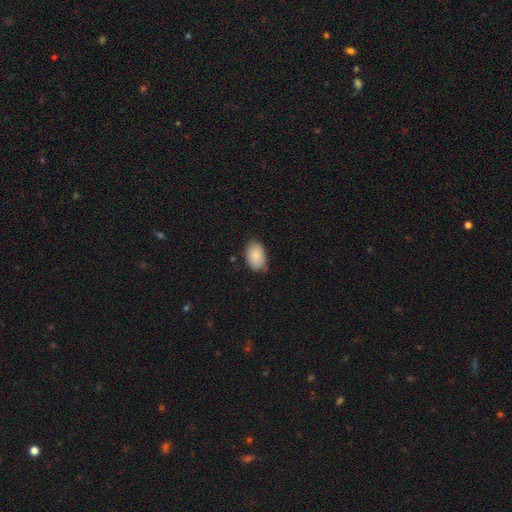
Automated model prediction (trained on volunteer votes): Smooth or featured?
  - smooth: 85% *
  - featured or disk: 8%
  - star or artifact: 7%
How rounded?
  - in between: 90% *
  - round: 9%
  - cigar-shaped: 1%
Merging?
  - none: 73% *
  - minor disturbance: 22%
  - major disturbance: 3%
  - merger: 1%